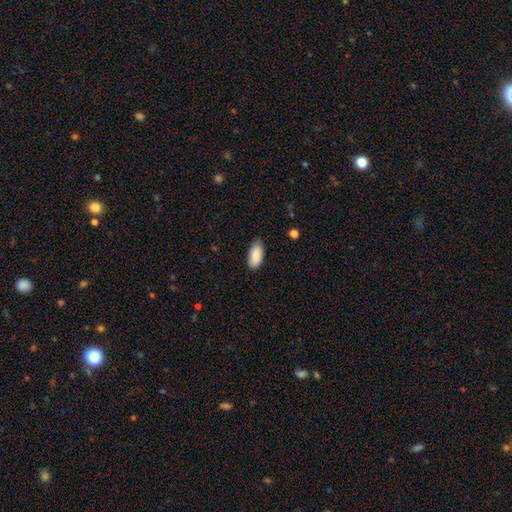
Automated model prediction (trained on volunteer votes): Morphology: type=smooth (89%); roundness=in between (92%); merging=none (80%).